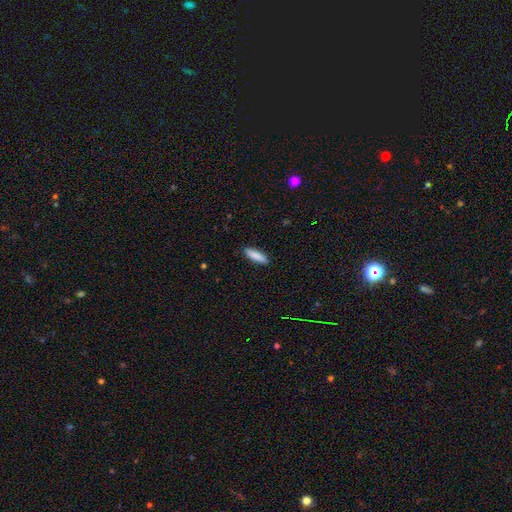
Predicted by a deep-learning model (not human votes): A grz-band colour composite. It shows a smooth galaxy with no disk features (87%) that is cigar-shaped (63%). Merging: none (89%).